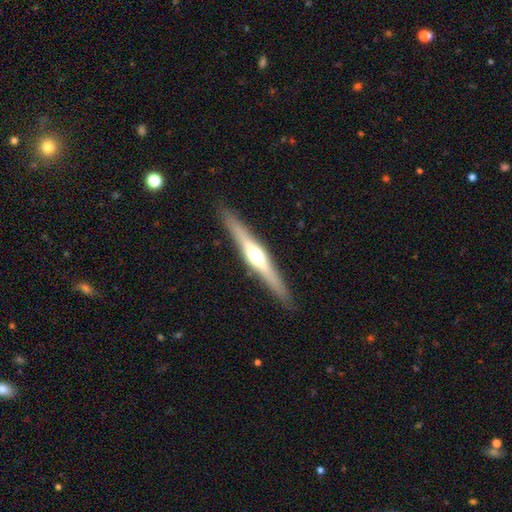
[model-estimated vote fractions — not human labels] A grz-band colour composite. It shows a featured or disk galaxy (72%) viewed edge-on (97%) with a rounded central bulge (93%). Merging: none (89%).